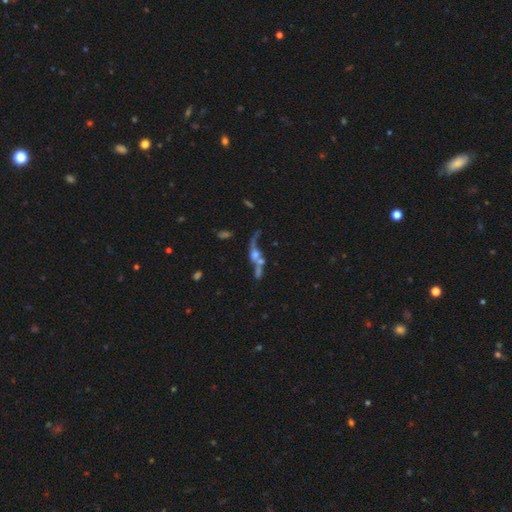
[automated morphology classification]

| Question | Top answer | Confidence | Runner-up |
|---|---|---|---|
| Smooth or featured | featured or disk | 62% | smooth (21%) |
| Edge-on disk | no | 66% | yes (34%) |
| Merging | merger | 44% | none (28%) |